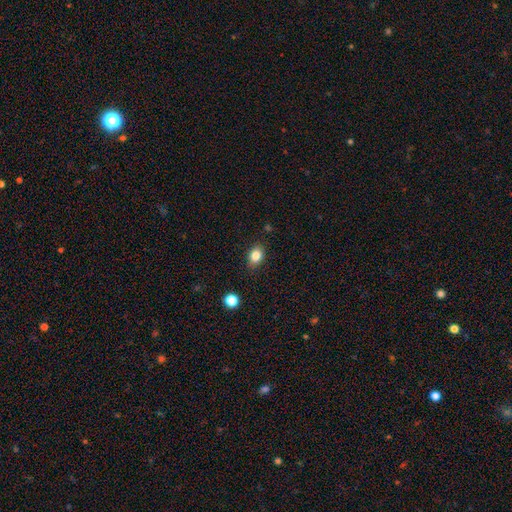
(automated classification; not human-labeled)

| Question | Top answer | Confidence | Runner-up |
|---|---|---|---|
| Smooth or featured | smooth | 84% | star or artifact (10%) |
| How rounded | in between | 69% | round (30%) |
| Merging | none | 85% | minor disturbance (11%) |